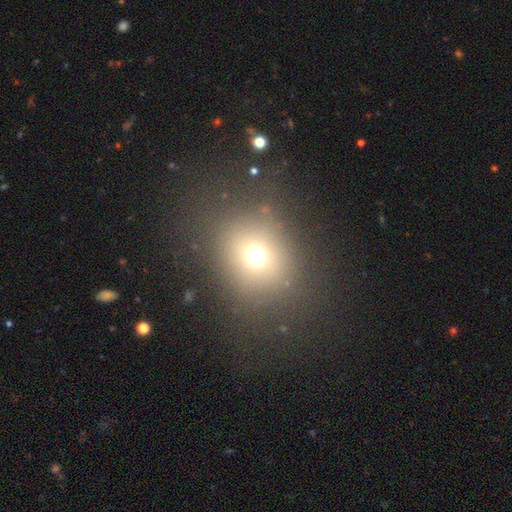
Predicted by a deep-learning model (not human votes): smooth 67%, star or artifact 22%, featured or disk 11%. Down the decision tree: how rounded — round (76%); merging — none (79%).